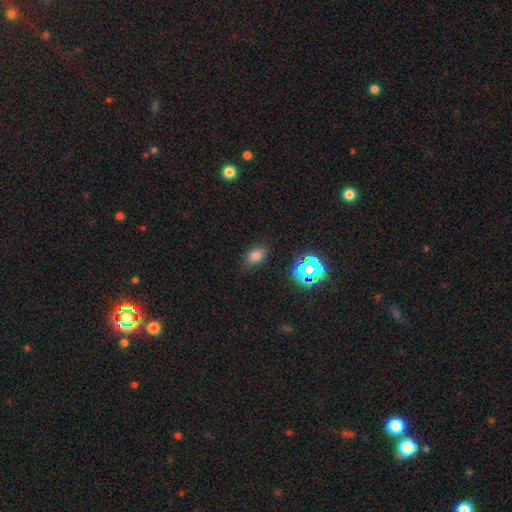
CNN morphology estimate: smooth 73%, star or artifact 19%, featured or disk 7%. Down the decision tree: how rounded — in between (79%); merging — none (82%).